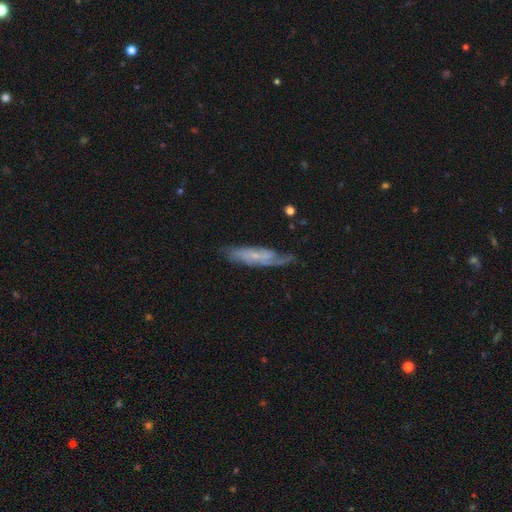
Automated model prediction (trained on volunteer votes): Smooth or featured: featured or disk — 65% (smooth — 27%)
Edge-on disk: no — 66% (yes — 34%)
Merging: none — 62% (minor disturbance — 25%)